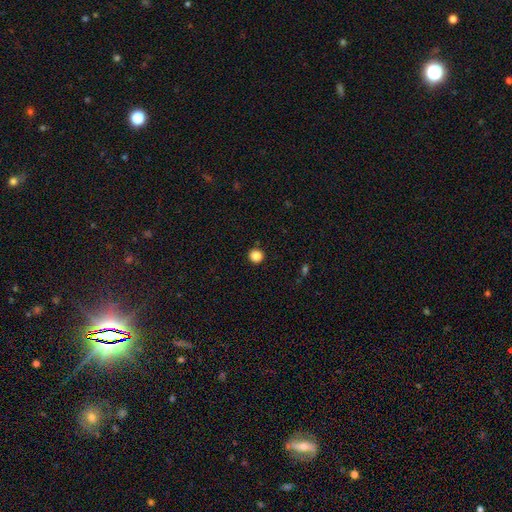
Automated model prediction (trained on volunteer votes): smooth_or_featured: smooth (p=0.86) [alt: star or artifact p=0.11]
how_rounded: round (p=0.95) [alt: in between p=0.04]
merging: none (p=0.92) [alt: minor disturbance p=0.05]